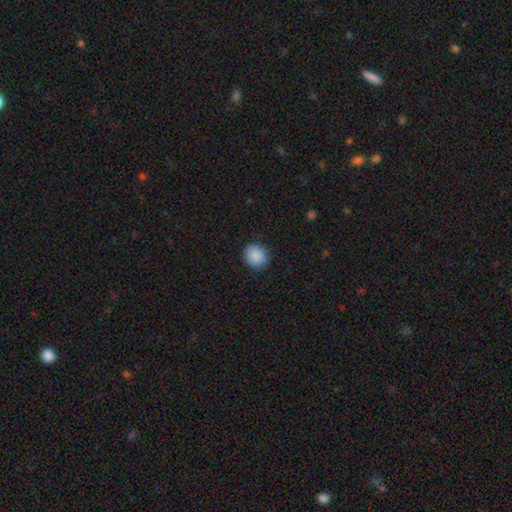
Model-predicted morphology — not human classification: Smooth or featured? Predicted: smooth (p=0.89). How rounded? Predicted: round (p=0.77). Merging? Predicted: none (p=0.88).